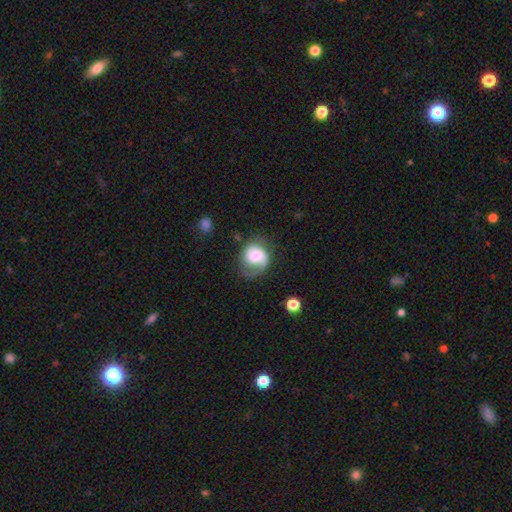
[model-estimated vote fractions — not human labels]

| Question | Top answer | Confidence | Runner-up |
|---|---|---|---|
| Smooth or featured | featured or disk | 57% | smooth (35%) |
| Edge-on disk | no | 98% | yes (2%) |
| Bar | no | 63% | weak (31%) |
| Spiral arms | yes | 88% | no (12%) |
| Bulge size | moderate | 48% | small (22%) |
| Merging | none | 45% | minor disturbance (27%) |